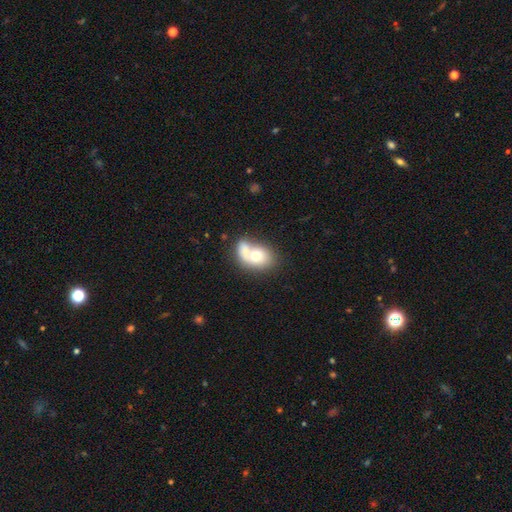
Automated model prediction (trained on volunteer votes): This appears to be a smooth galaxy with no disk features (66%) that is in between round and cigar-shaped (68%). Merging: merger (49%).